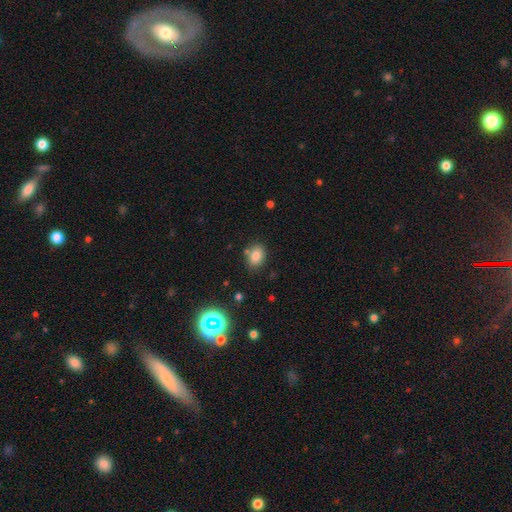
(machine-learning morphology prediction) Q: Smooth or featured?
A: smooth (79%); runner-up: star or artifact (12%)
Q: How rounded?
A: in between (72%); runner-up: round (27%)
Q: Merging?
A: none (76%); runner-up: minor disturbance (13%)